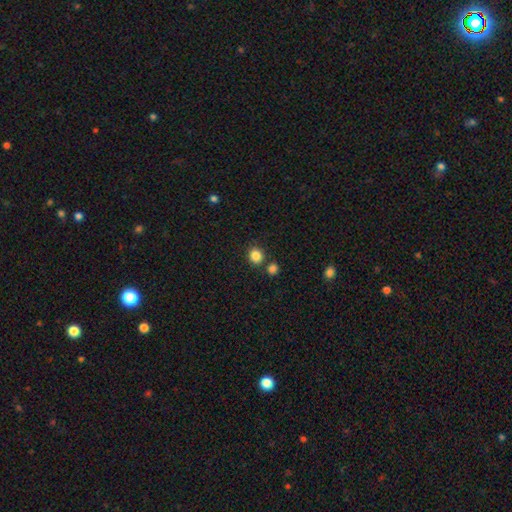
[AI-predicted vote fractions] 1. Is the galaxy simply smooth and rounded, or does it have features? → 85% smooth, 11% star or artifact, 4% featured or disk.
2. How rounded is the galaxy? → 81% round, 18% in between, 1% cigar-shaped.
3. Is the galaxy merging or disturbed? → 76% none, 13% merger, 9% minor disturbance, 3% major disturbance.